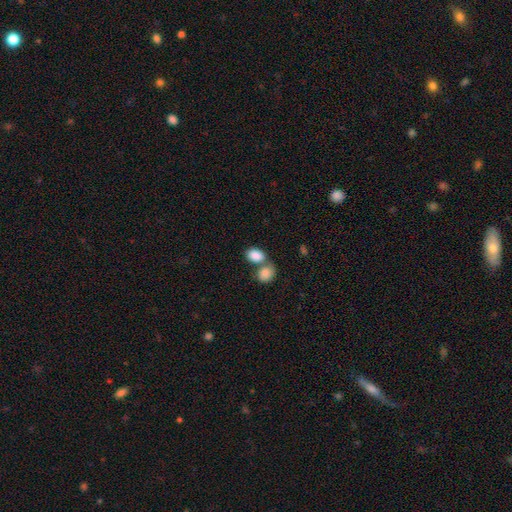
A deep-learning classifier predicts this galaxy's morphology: Smooth or featured? smooth (86%)
How rounded? in between (78%)
Merging? merger (53%)